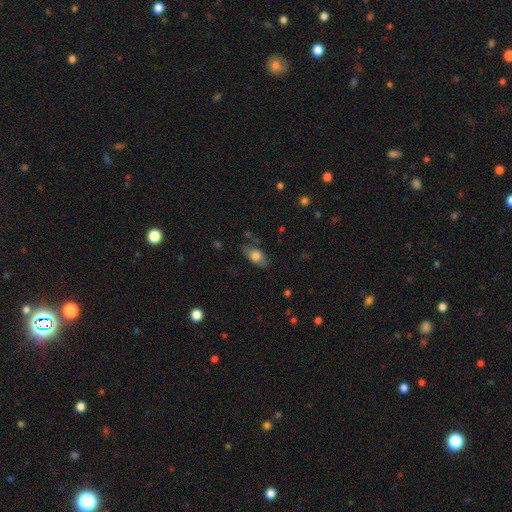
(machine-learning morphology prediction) The model was most divided on "smooth or featured": smooth: 70%, featured or disk: 23%, star or artifact: 8%. More confident: how rounded — in between (85%); merging — none (73%).